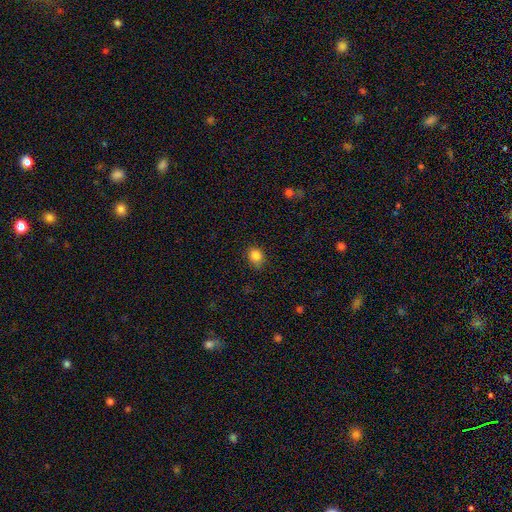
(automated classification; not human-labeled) smooth 85%, star or artifact 11%, featured or disk 4%. Down the decision tree: how rounded — round (67%); merging — none (81%).